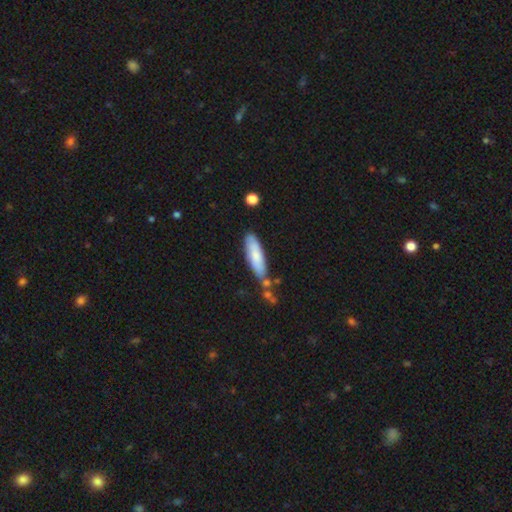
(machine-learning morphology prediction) This appears to be a smooth galaxy with no disk features (75%) that is cigar-shaped (64%). Merging: none (70%).